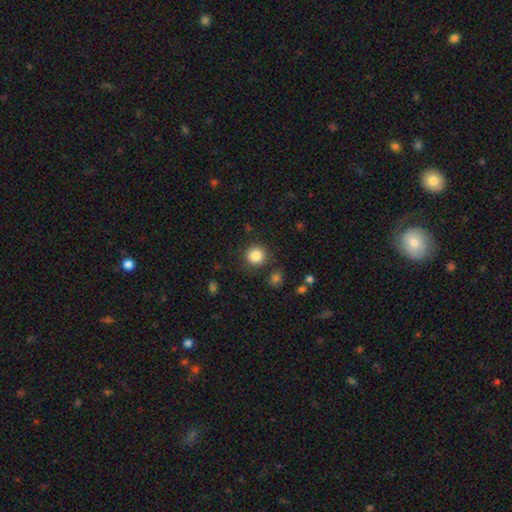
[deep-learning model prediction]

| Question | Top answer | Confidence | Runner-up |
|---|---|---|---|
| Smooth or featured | smooth | 86% | star or artifact (10%) |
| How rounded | round | 93% | in between (6%) |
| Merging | none | 87% | minor disturbance (7%) |